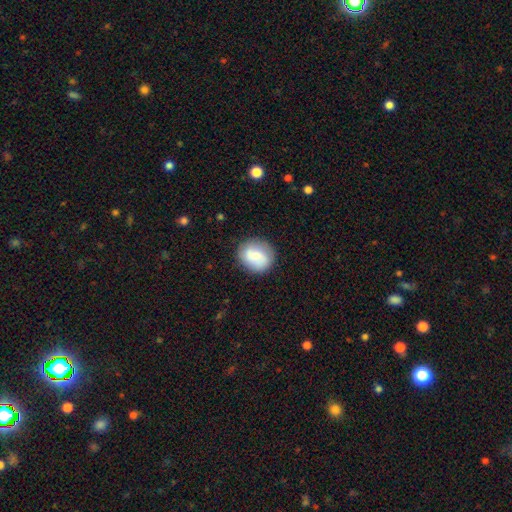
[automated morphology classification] type=smooth (67%); roundness=round (79%); merging=none (83%).